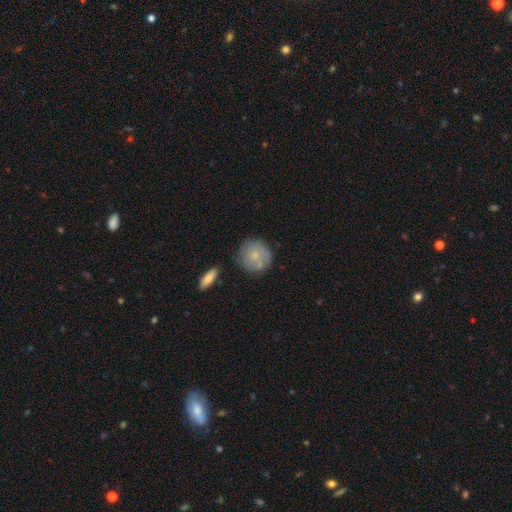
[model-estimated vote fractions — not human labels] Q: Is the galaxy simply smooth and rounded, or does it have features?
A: smooth — 56%.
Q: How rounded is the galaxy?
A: round — 89%.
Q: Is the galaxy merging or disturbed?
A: none — 68%.